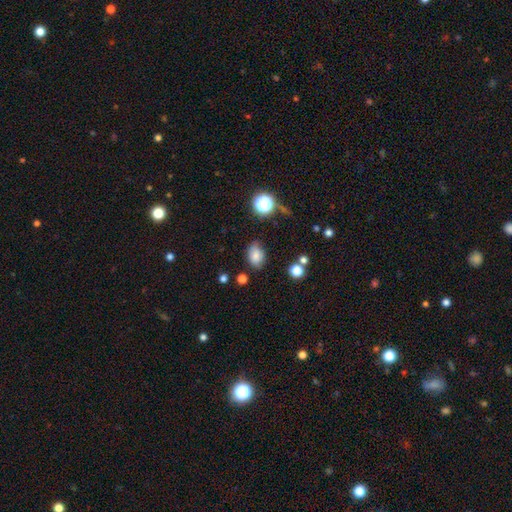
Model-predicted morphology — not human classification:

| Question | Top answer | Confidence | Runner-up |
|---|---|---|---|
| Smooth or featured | smooth | 78% | star or artifact (12%) |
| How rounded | in between | 78% | round (21%) |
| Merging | none | 70% | minor disturbance (22%) |